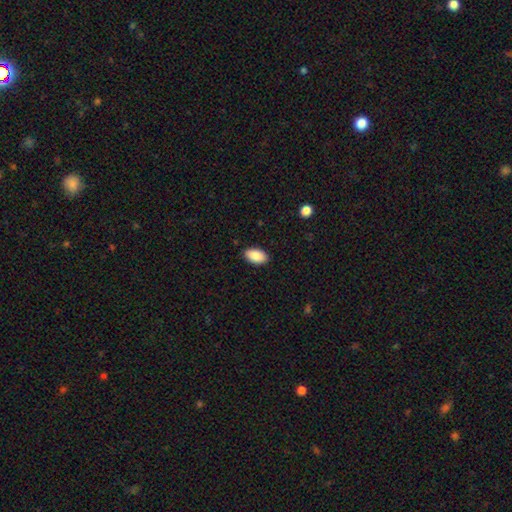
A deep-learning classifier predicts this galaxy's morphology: Smooth or featured: smooth — 90% (star or artifact — 7%)
How rounded: in between — 95% (round — 4%)
Merging: none — 89% (minor disturbance — 8%)